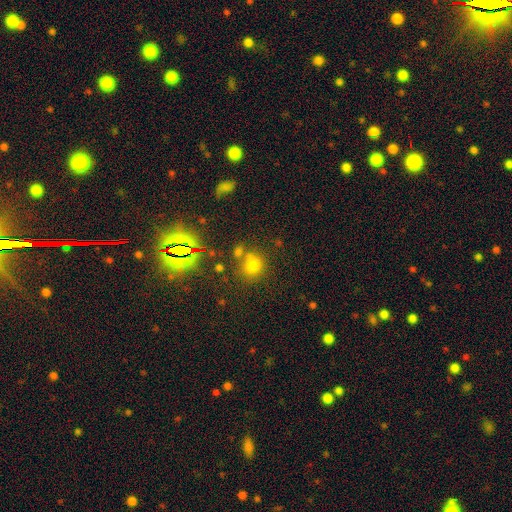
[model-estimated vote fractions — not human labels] A star or artifact, not a galaxy (58%).